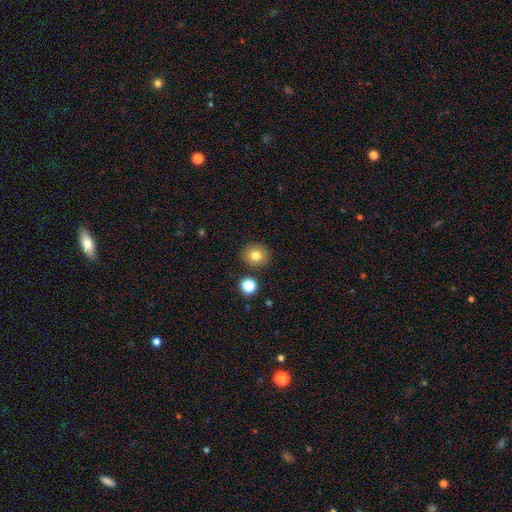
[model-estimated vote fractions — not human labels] smooth_or_featured: smooth (p=0.80) [alt: star or artifact p=0.11]
how_rounded: round (p=0.81) [alt: in between p=0.18]
merging: none (p=0.87) [alt: minor disturbance p=0.07]